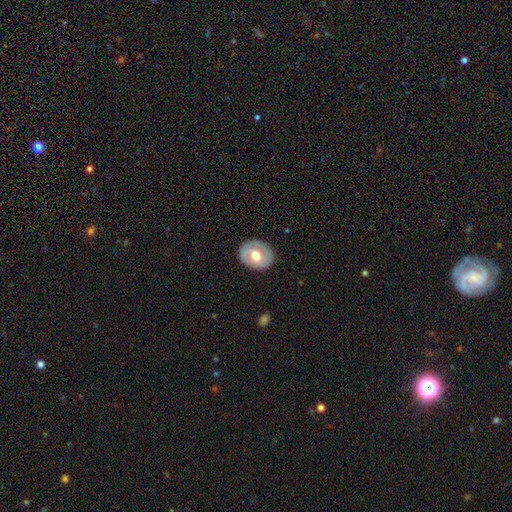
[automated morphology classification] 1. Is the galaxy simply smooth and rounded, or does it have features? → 51% smooth, 44% featured or disk, 5% star or artifact.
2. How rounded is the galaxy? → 50% round, 49% in between, 1% cigar-shaped.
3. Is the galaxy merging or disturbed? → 82% none, 13% minor disturbance, 4% major disturbance, 1% merger.